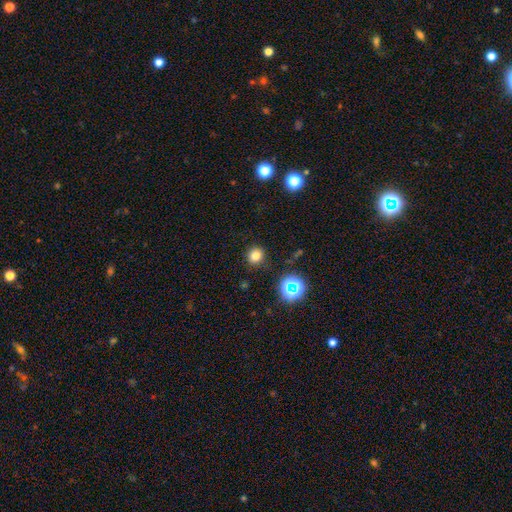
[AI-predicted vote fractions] Q: Smooth or featured?
A: smooth (76%); runner-up: star or artifact (18%)
Q: How rounded?
A: round (86%); runner-up: in between (13%)
Q: Merging?
A: none (87%); runner-up: minor disturbance (8%)